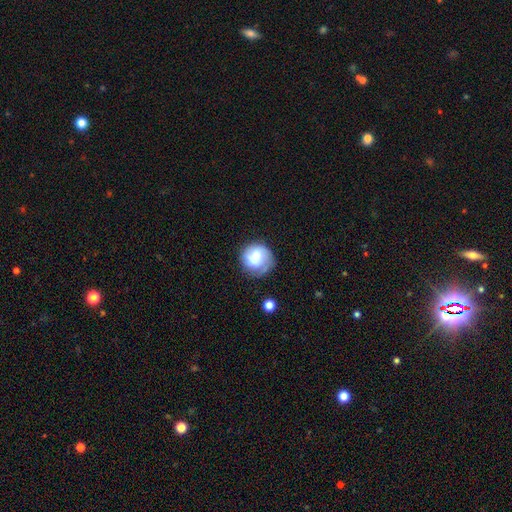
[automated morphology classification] smooth_or_featured: smooth (p=0.49) [alt: featured or disk p=0.44]
merging: none (p=0.65) [alt: minor disturbance p=0.22]